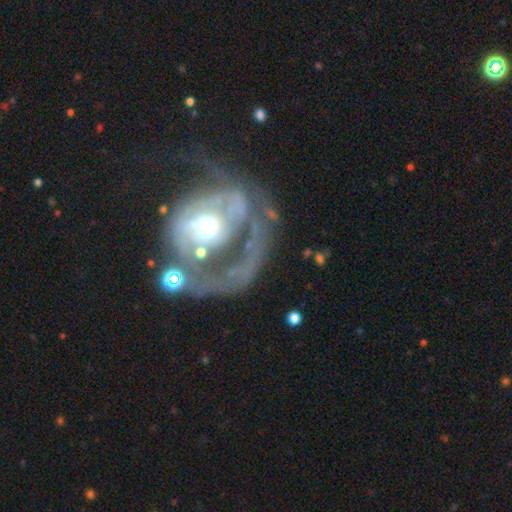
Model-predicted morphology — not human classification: Smooth or featured?
  - featured or disk: 77% *
  - smooth: 16%
  - star or artifact: 7%
Edge-on disk?
  - no: 97% *
  - yes: 3%
Bar?
  - no: 63% *
  - weak: 24%
  - strong: 13%
Spiral arms?
  - yes: 62% *
  - no: 38%
Bulge size?
  - moderate: 69% *
  - large: 15%
  - small: 12%
  - dominant: 2%
  - none: 2%
Merging?
  - major disturbance: 50% *
  - none: 24%
  - minor disturbance: 14%
  - merger: 12%